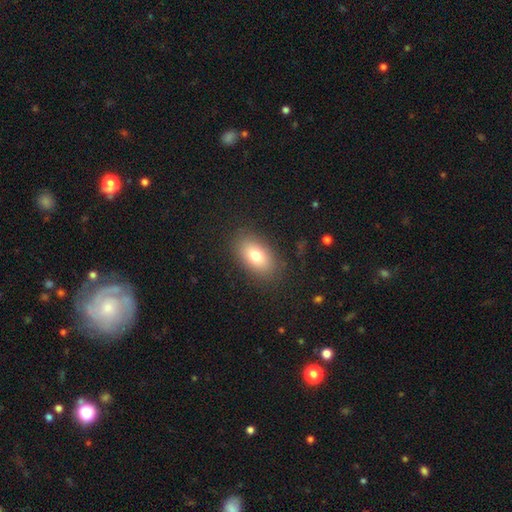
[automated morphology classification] smooth-or-featured: smooth: 77% | featured or disk: 14% | star or artifact: 9%
  how-rounded: in between: 88% | round: 9% | cigar-shaped: 2%
  merging: none: 87% | minor disturbance: 9% | major disturbance: 3% | merger: 1%